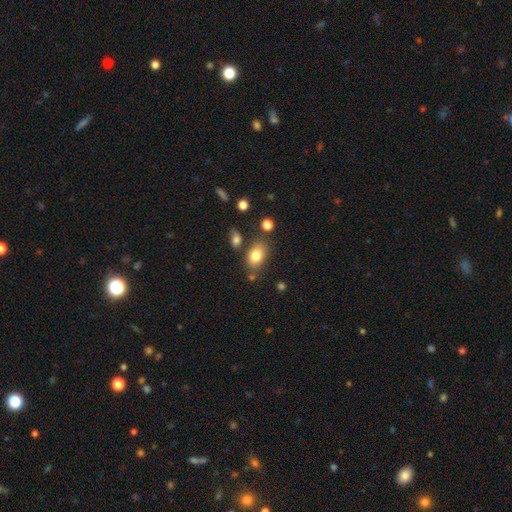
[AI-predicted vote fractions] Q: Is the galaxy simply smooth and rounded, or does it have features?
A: smooth — 80%.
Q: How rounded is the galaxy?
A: in between — 80%.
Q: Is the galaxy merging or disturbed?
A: none — 70%.